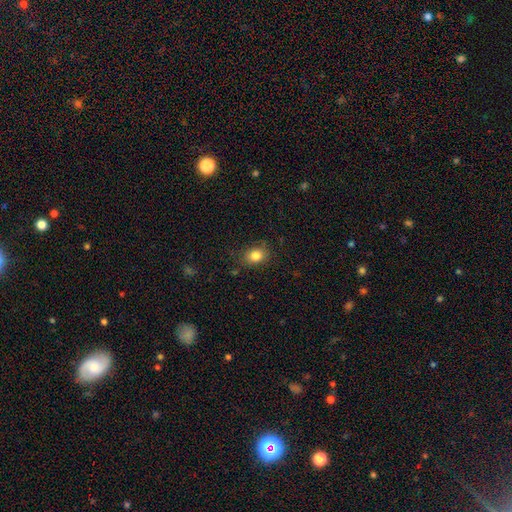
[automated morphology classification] Smooth or featured? smooth (83%)
How rounded? in between (55%)
Merging? none (81%)